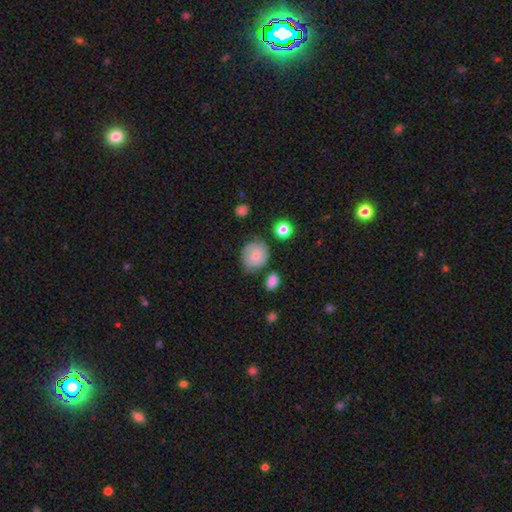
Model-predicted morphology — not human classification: Smooth or featured? smooth (65%)
How rounded? round (73%)
Merging? none (63%)